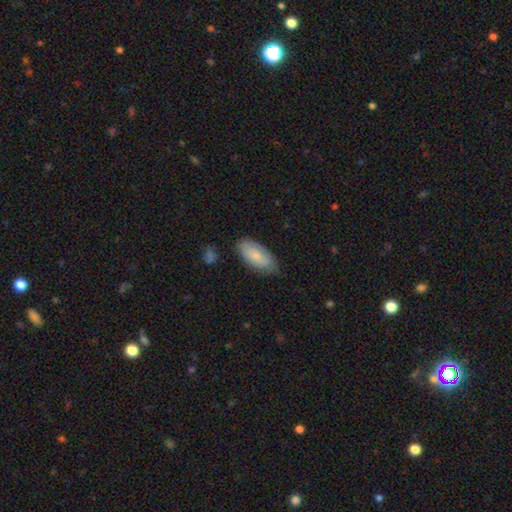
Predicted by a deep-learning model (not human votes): Morphology: type=smooth (81%); roundness=in between (90%); merging=none (77%).